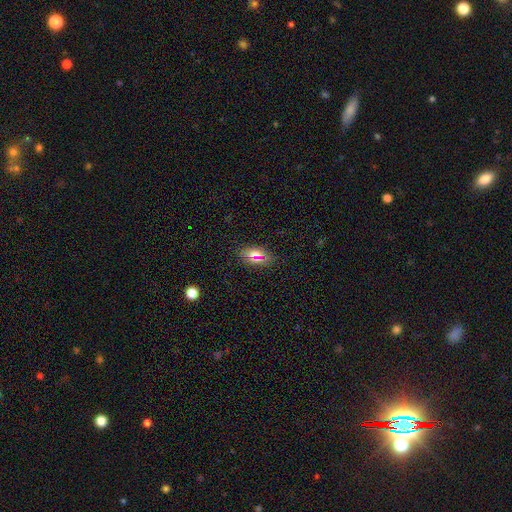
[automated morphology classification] smooth 70%, star or artifact 18%, featured or disk 11%. Down the decision tree: how rounded — in between (87%); merging — none (86%).